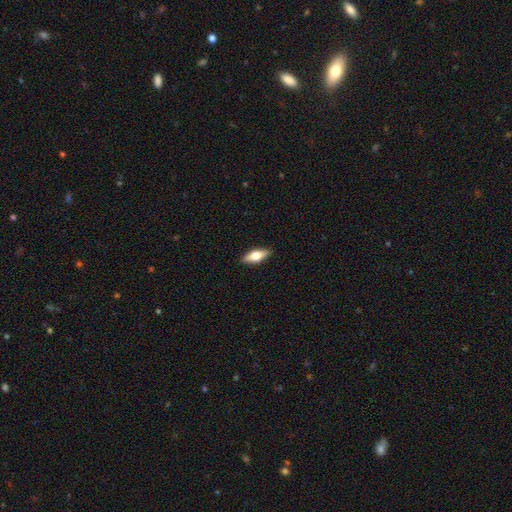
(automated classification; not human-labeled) smooth 51%, featured or disk 43%, star or artifact 6%. Down the decision tree: how rounded — in between (67%); merging — none (89%).